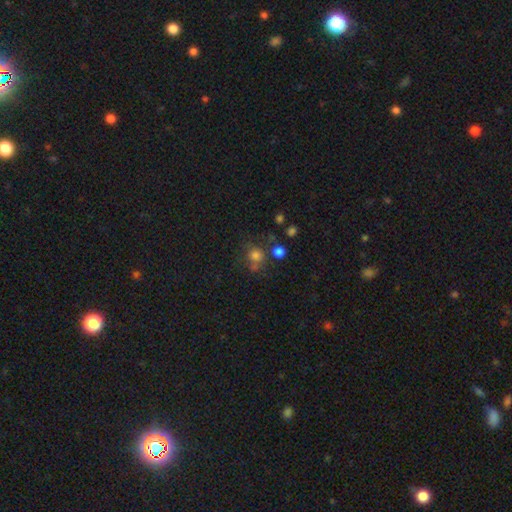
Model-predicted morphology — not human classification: Smooth or featured? Predicted: smooth (p=0.73). How rounded? Predicted: round (p=0.82). Merging? Predicted: none (p=0.58).